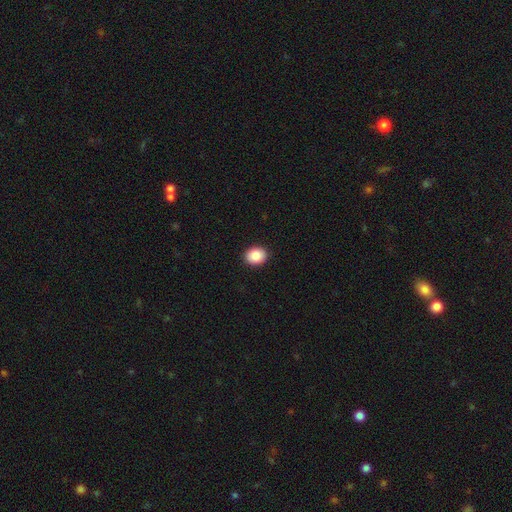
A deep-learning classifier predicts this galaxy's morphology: Smooth or featured? smooth (86%)
How rounded? round (50%)
Merging? none (92%)